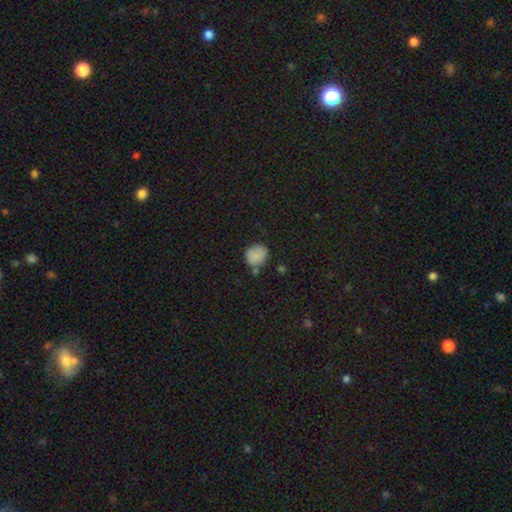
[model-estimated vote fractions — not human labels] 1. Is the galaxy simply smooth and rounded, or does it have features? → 84% smooth, 10% star or artifact, 6% featured or disk.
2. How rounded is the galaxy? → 73% round, 26% in between, 1% cigar-shaped.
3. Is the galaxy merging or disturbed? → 61% none, 24% minor disturbance, 9% merger, 6% major disturbance.